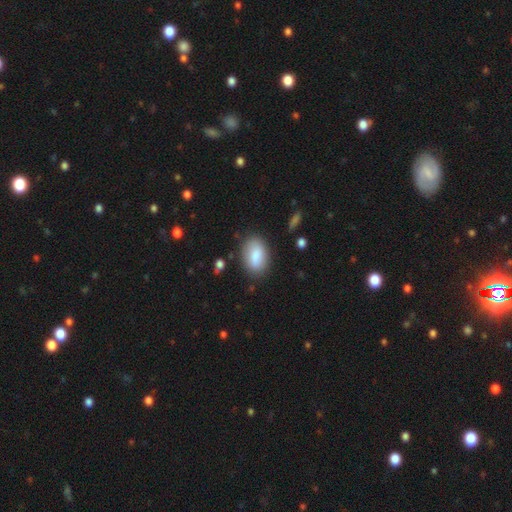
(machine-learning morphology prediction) Smooth or featured: smooth — 83% (featured or disk — 10%)
How rounded: in between — 90% (round — 8%)
Merging: none — 81% (minor disturbance — 13%)